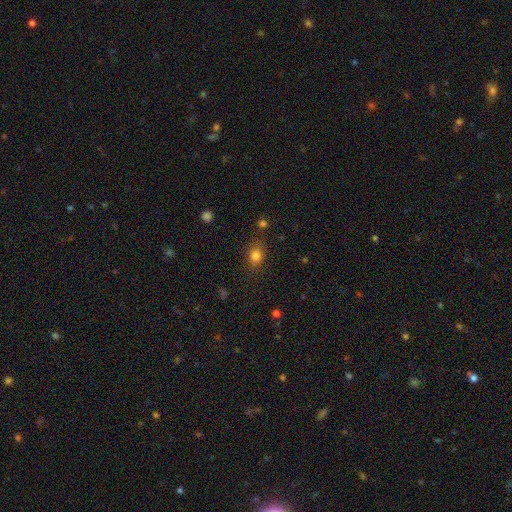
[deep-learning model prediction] smooth-or-featured: smooth: 80% | star or artifact: 13% | featured or disk: 7%
  how-rounded: in between: 53% | round: 46% | cigar-shaped: 2%
  merging: none: 81% | minor disturbance: 13% | major disturbance: 4% | merger: 2%